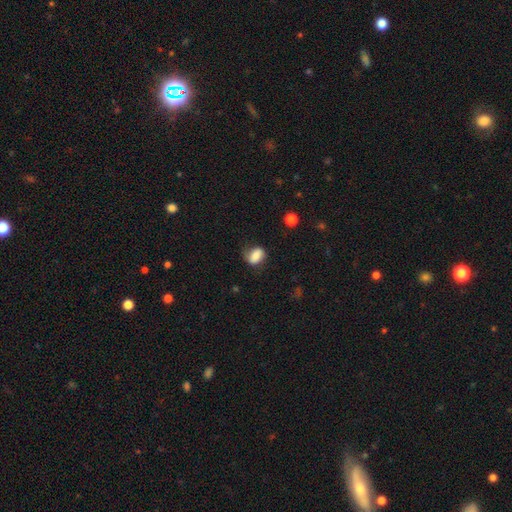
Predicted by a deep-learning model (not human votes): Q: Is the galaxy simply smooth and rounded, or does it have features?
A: smooth — 75%.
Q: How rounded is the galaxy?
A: in between — 73%.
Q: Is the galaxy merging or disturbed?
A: none — 56%.